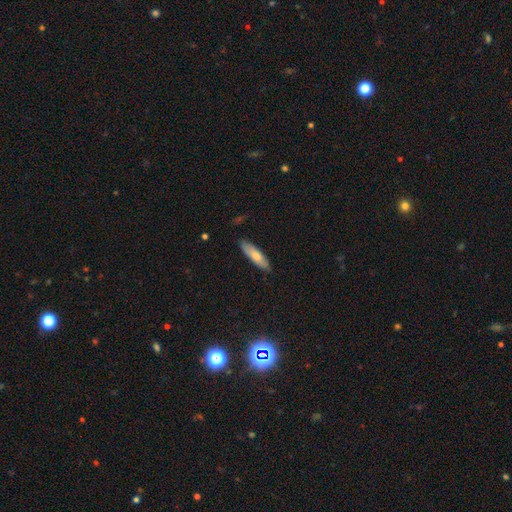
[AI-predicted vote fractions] Smooth or featured? Predicted: smooth (p=0.72). How rounded? Predicted: cigar-shaped (p=0.64). Merging? Predicted: none (p=0.85).